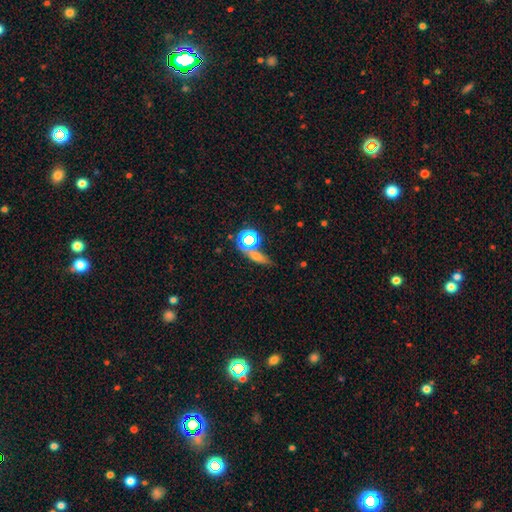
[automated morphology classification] A smooth galaxy with no disk features (50%). Merging: none (54%).